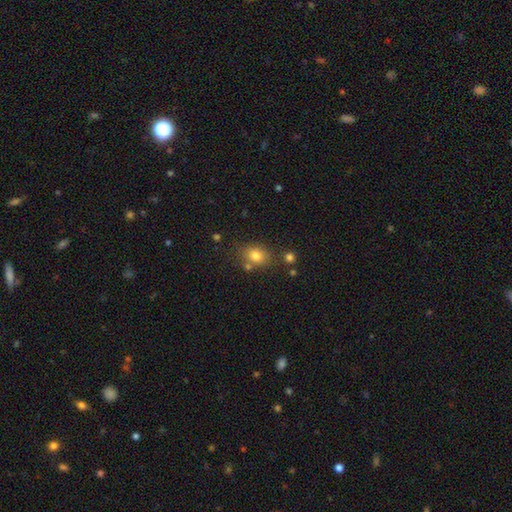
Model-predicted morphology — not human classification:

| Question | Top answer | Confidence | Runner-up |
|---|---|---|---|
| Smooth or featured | smooth | 78% | star or artifact (12%) |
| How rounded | in between | 56% | round (43%) |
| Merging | none | 69% | minor disturbance (15%) |